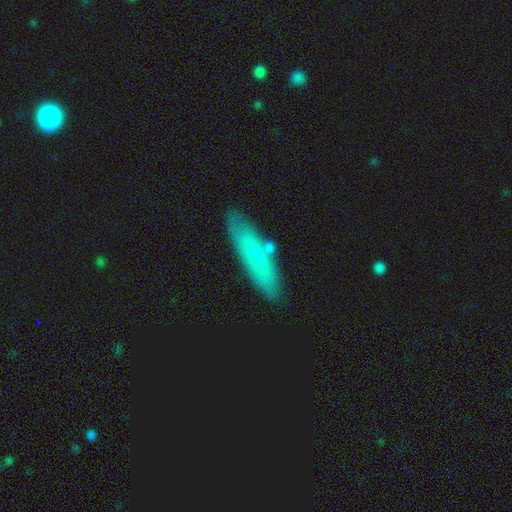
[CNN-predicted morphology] This is likely a smooth galaxy (63%). How rounded: likely cigar-shaped (67%). Merging: likely none (79%).